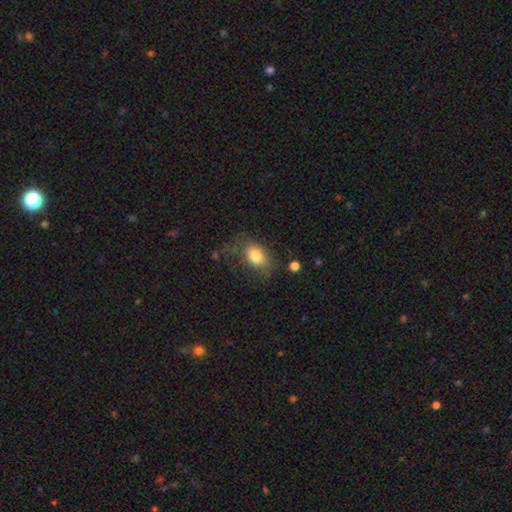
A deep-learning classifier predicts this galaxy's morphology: The model was most divided on "merging": none: 52%, minor disturbance: 25%, major disturbance: 19%, merger: 3%. More confident: smooth or featured — smooth (78%); how rounded — in between (77%).